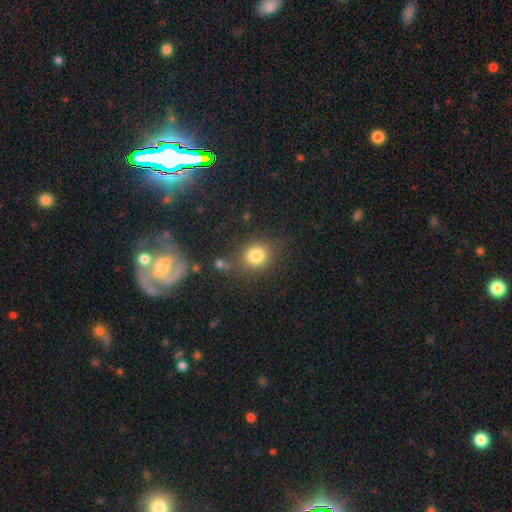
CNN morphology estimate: Q: Smooth or featured?
A: smooth (81%); runner-up: star or artifact (12%)
Q: How rounded?
A: round (73%); runner-up: in between (26%)
Q: Merging?
A: none (76%); runner-up: minor disturbance (14%)